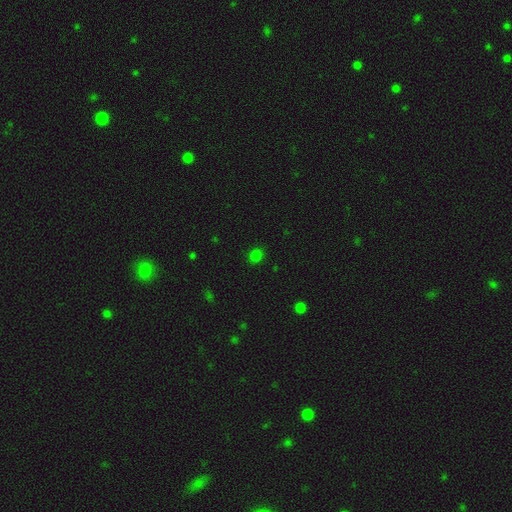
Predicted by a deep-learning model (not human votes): Smooth or featured: smooth — 78% (star or artifact — 18%)
How rounded: round — 74% (in between — 25%)
Merging: none — 89% (minor disturbance — 8%)